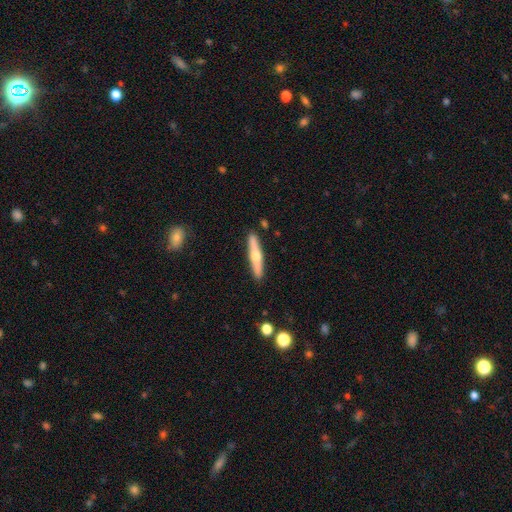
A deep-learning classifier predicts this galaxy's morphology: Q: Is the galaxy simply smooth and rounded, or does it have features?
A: featured or disk — 53%.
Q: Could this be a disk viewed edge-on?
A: yes — 93%.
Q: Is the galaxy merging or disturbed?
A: none — 90%.